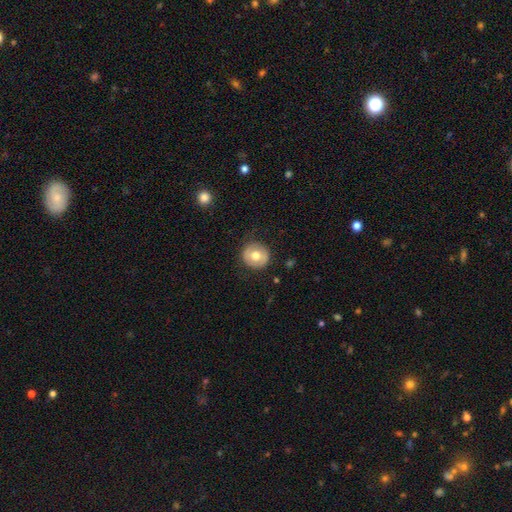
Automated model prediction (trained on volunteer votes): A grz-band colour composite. It shows a smooth galaxy with no disk features (63%) that is round (91%). Merging: none (84%).